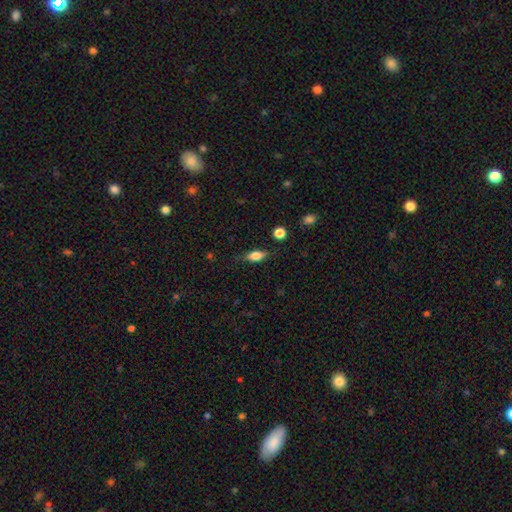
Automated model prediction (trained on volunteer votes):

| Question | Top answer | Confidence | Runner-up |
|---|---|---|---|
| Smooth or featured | smooth | 72% | featured or disk (20%) |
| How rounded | in between | 77% | cigar-shaped (17%) |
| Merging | none | 78% | minor disturbance (16%) |